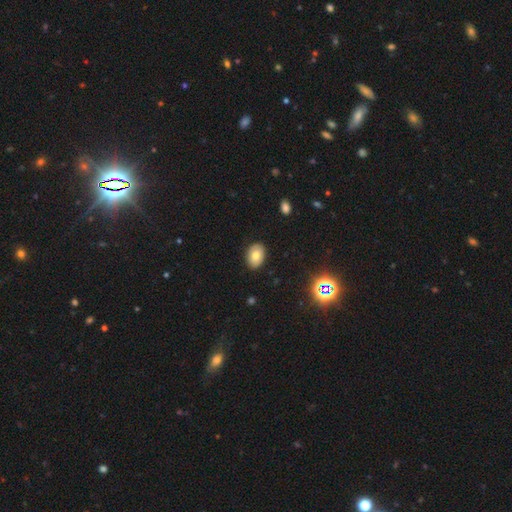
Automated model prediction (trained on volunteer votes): Smooth or featured? smooth (75%)
How rounded? in between (81%)
Merging? none (88%)